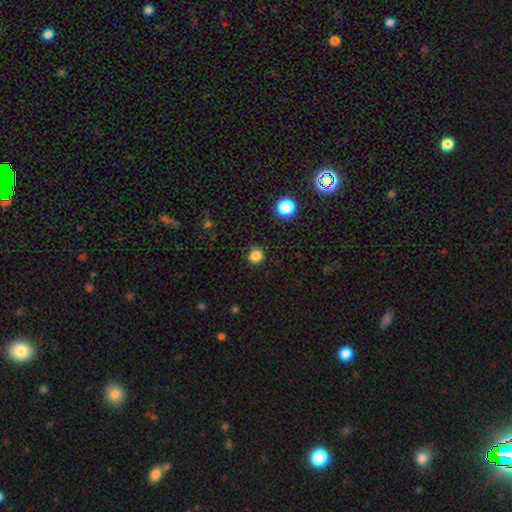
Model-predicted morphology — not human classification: This appears to be a smooth galaxy with no disk features (84%) that is round (94%). Merging: none (92%).